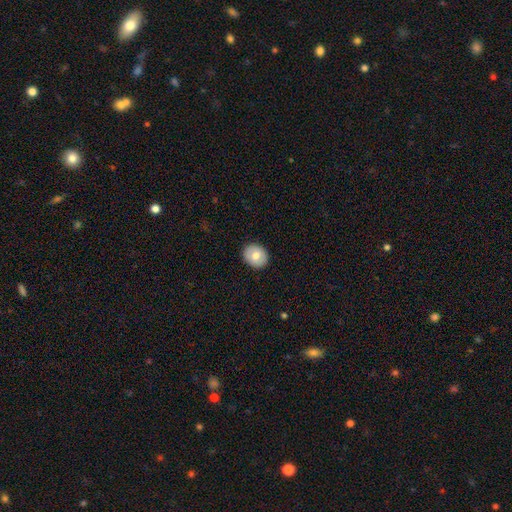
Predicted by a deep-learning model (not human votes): Smooth or featured? Predicted: smooth (p=0.74). How rounded? Predicted: round (p=0.61). Merging? Predicted: none (p=0.90).